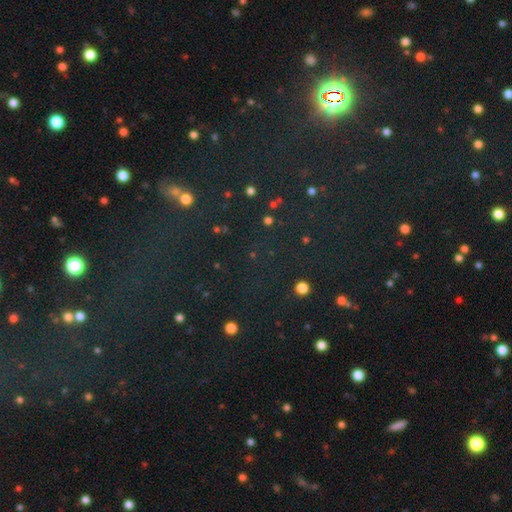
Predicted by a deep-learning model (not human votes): smooth-or-featured: star or artifact: 70% | smooth: 20% | featured or disk: 10%